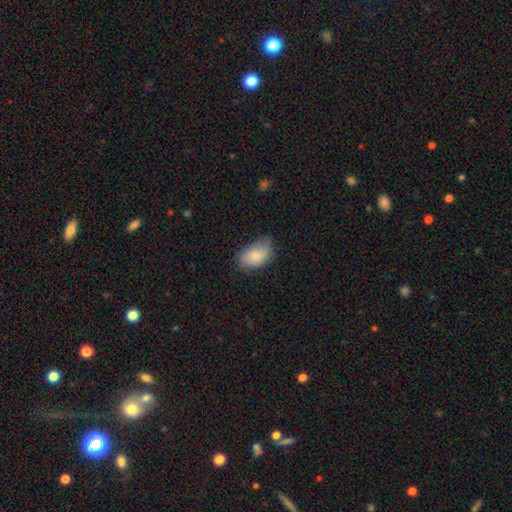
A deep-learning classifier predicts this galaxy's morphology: The model was most divided on "merging": none: 62%, minor disturbance: 30%, major disturbance: 6%, merger: 1%. More confident: how rounded — in between (93%); smooth or featured — smooth (80%).